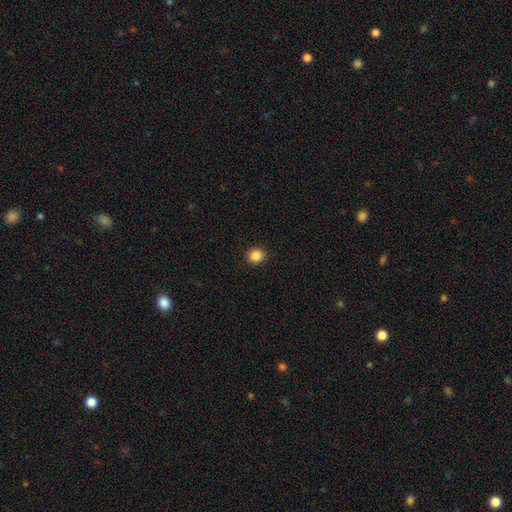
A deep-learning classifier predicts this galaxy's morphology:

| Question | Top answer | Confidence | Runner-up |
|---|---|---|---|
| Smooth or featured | smooth | 87% | star or artifact (10%) |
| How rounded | round | 85% | in between (14%) |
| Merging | none | 92% | minor disturbance (5%) |